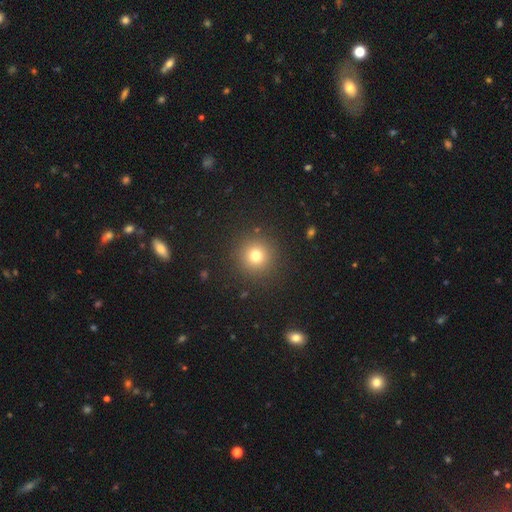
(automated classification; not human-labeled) Smooth or featured? smooth (75%)
How rounded? round (95%)
Merging? none (90%)